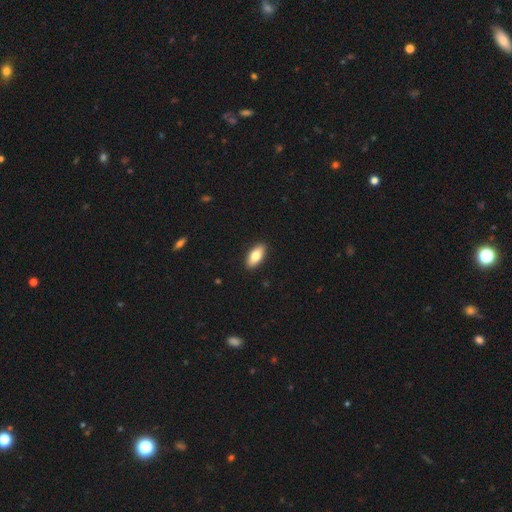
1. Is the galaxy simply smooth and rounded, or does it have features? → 75% smooth, 22% featured or disk, 3% star or artifact.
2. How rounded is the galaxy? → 85% in between, 7% round, 7% cigar-shaped.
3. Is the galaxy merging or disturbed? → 91% none, 6% minor disturbance, 3% major disturbance, 0% merger.